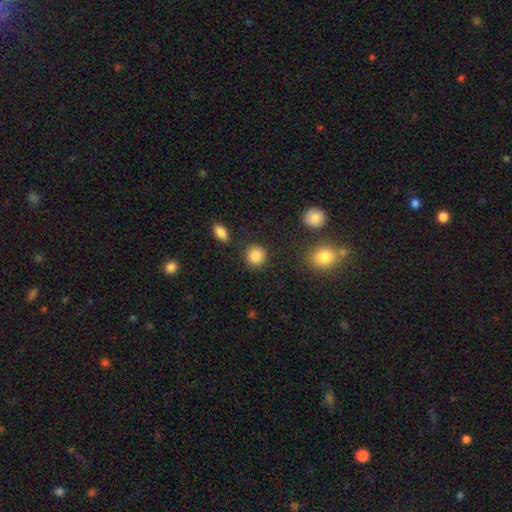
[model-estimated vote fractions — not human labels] This appears to be a smooth galaxy with no disk features (88%) that is round (88%). Merging: none (86%).